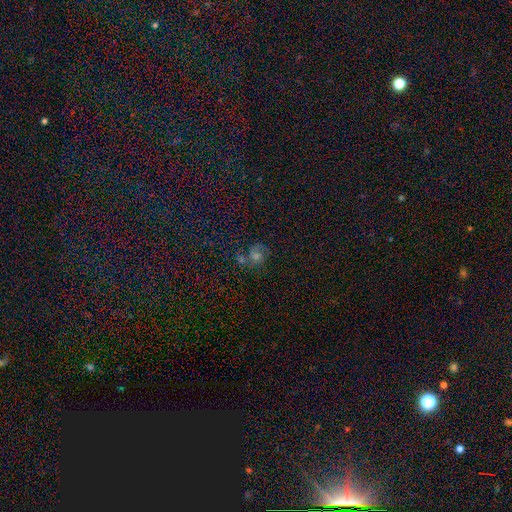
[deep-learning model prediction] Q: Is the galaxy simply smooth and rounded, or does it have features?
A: featured or disk — 43%.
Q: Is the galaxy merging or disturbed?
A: none — 56%.